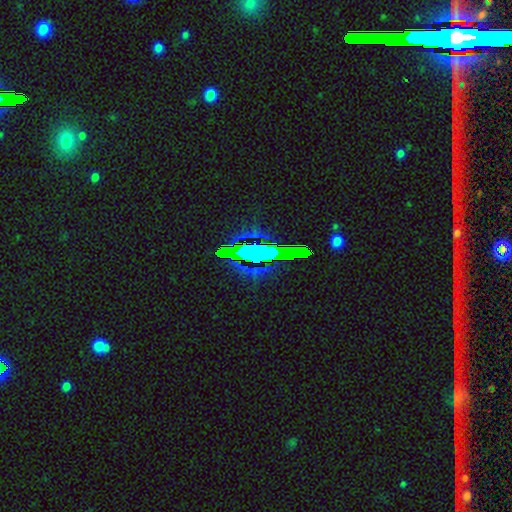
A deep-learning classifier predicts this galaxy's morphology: A star or artifact, not a galaxy (68%).

Vote fractions:
- Smooth or featured? star or artifact: 68% / smooth: 17% / featured or disk: 15%